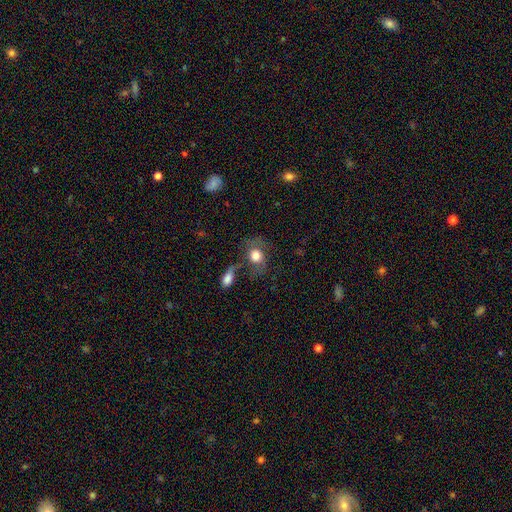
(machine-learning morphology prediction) A smooth galaxy with no disk features (68%) that is round (57%). Merging: none (51%).